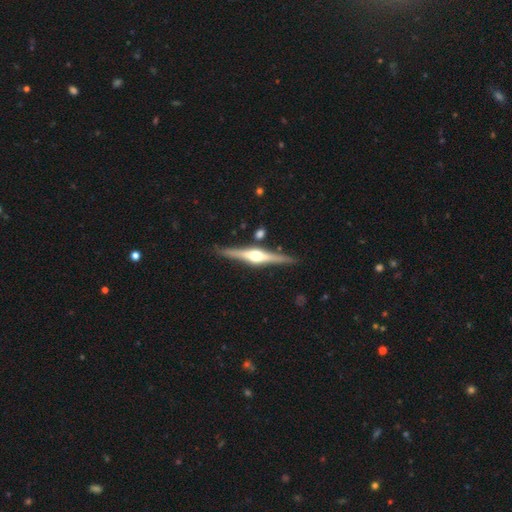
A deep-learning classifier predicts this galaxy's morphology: This is clearly a featured or disk galaxy (81%). It is clearly viewed edge-on (98%). Edge-on bulge: clearly rounded (93%). Merging: clearly none (87%).